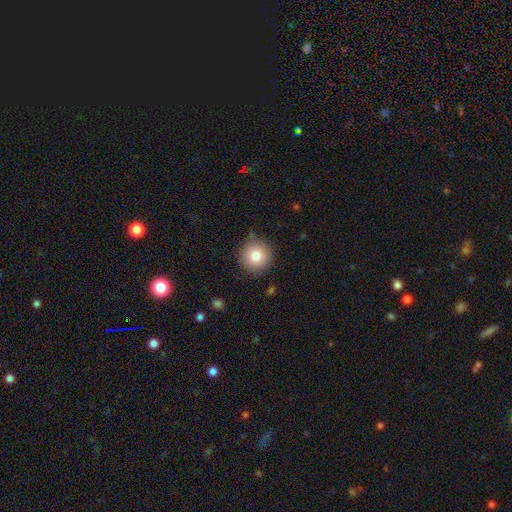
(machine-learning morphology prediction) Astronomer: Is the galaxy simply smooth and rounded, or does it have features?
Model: smooth — 81%.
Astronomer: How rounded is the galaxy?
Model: round — 95%.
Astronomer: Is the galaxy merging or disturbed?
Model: none — 81%.